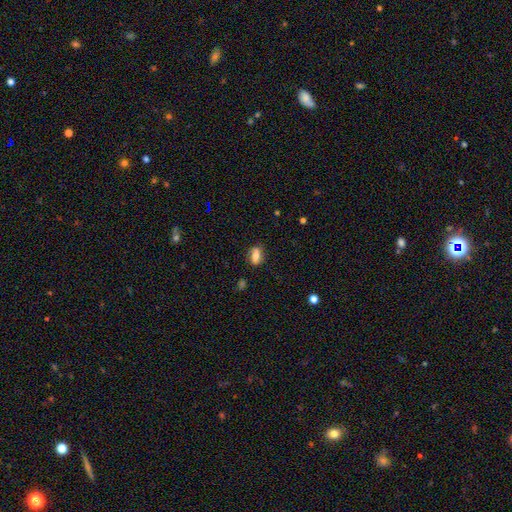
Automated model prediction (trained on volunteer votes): Smooth or featured? smooth (60%)
How rounded? in between (77%)
Merging? none (78%)